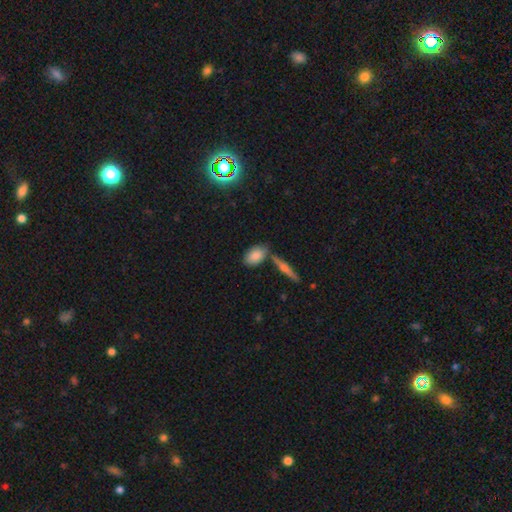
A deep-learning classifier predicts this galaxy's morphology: A smooth galaxy with no disk features (80%) that is in between round and cigar-shaped (87%).

Vote fractions:
- Smooth or featured? smooth: 80% / featured or disk: 13% / star or artifact: 7%
- How rounded? in between: 87% / round: 7% / cigar-shaped: 6%
- Merging? none: 65% / merger: 16% / minor disturbance: 15% / major disturbance: 4%